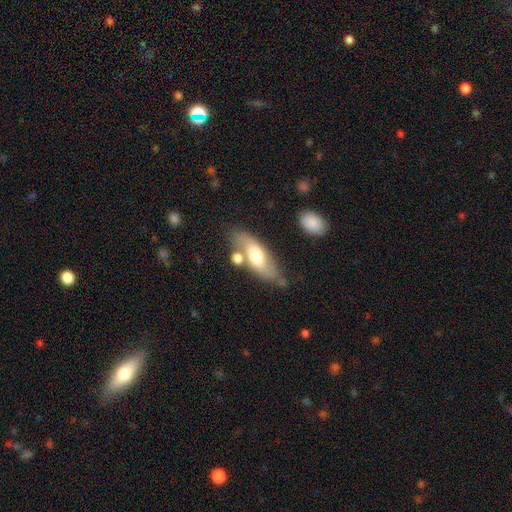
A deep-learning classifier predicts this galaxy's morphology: The model was most divided on "smooth or featured": smooth: 52%, featured or disk: 43%, star or artifact: 6%. More confident: how rounded — in between (75%); merging — none (63%).